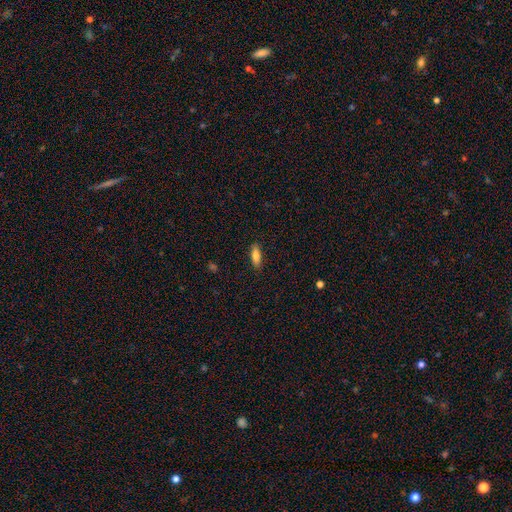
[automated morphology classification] Overall: smooth (79%). How rounded: in between (56%; cigar-shaped 42%). Merging: none (89%).